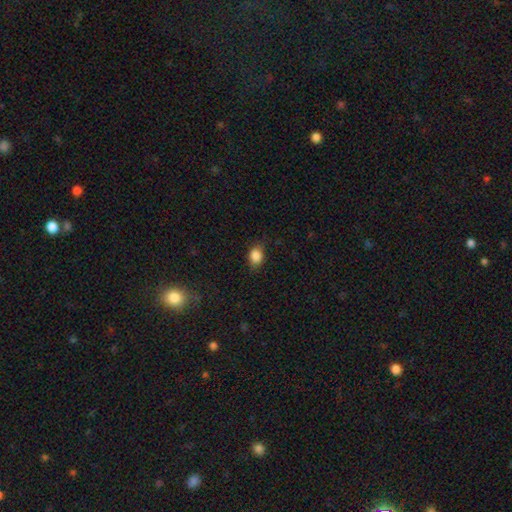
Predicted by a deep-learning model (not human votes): Smooth or featured? smooth (86%)
How rounded? in between (63%)
Merging? none (74%)